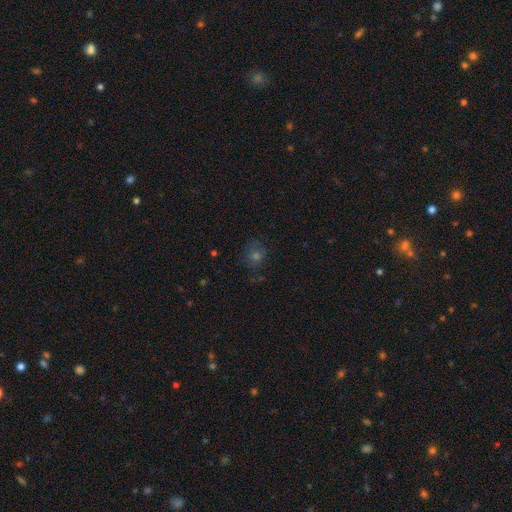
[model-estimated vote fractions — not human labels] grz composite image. It shows a smooth galaxy with no disk features (58%) that is round (77%). Merging: none (77%).